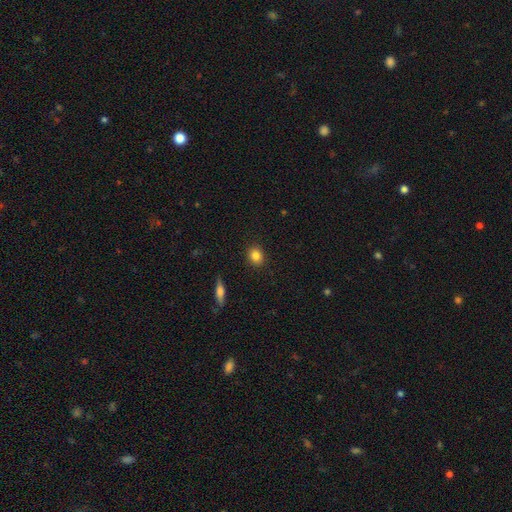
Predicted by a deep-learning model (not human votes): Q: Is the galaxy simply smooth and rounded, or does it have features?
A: smooth — 84%.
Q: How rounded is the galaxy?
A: round — 72%.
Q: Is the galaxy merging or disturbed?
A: none — 91%.